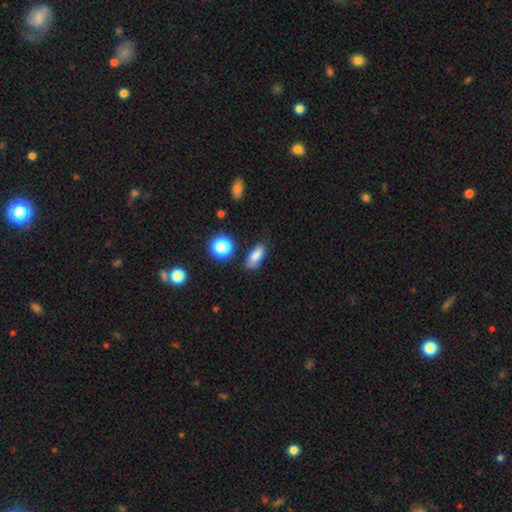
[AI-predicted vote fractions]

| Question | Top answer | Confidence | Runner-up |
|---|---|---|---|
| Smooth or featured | smooth | 82% | star or artifact (11%) |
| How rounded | in between | 81% | cigar-shaped (11%) |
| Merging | none | 74% | minor disturbance (18%) |